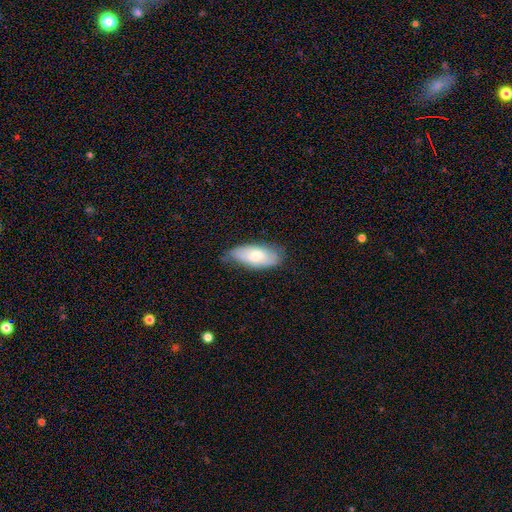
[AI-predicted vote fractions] Smooth or featured: smooth — 68% (featured or disk — 26%)
How rounded: in between — 88% (cigar-shaped — 10%)
Merging: none — 61% (minor disturbance — 32%)